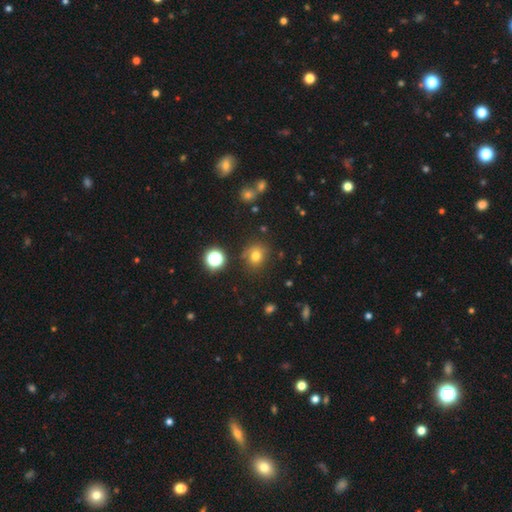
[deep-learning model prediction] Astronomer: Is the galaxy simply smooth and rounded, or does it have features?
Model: smooth — 73%.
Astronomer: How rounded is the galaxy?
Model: round — 78%.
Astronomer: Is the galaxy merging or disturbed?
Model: none — 78%.